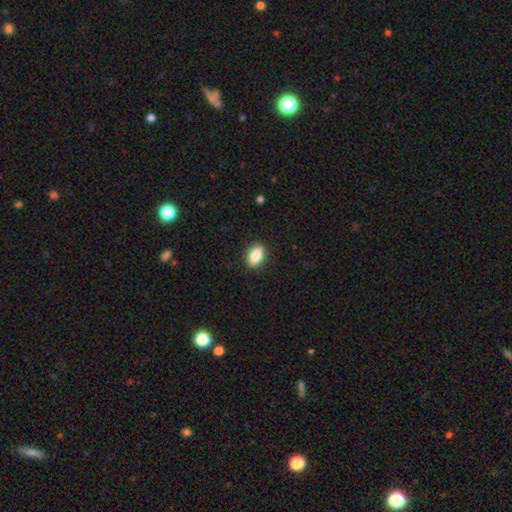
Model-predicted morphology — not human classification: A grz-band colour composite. It shows a smooth galaxy with no disk features (81%) that is in between round and cigar-shaped (84%). Merging: none (89%).